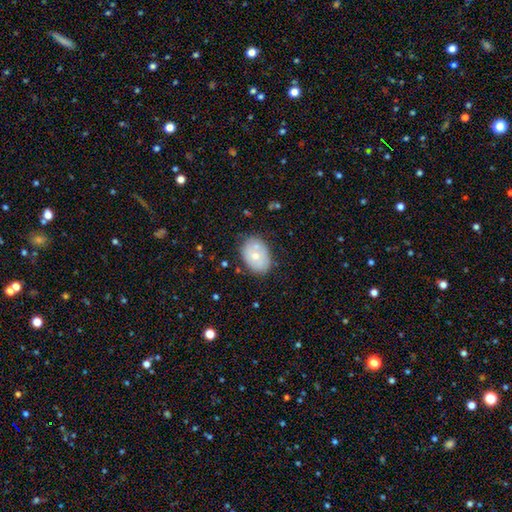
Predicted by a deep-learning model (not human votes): This is possibly a smooth galaxy (59%). How rounded: likely in between (75%). Merging: likely none (70%).